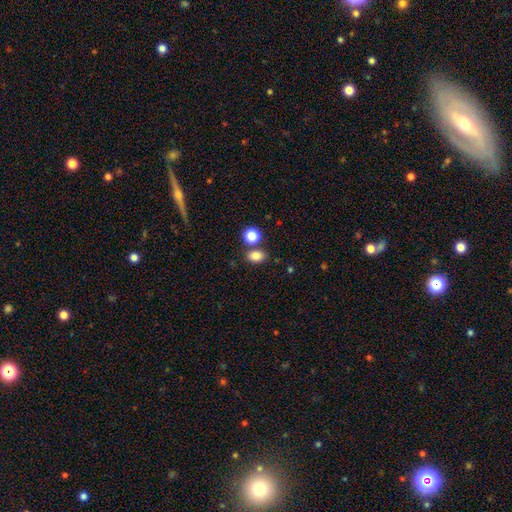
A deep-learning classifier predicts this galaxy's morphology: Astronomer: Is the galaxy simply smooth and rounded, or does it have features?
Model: smooth — 83%.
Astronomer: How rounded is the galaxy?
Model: in between — 68%.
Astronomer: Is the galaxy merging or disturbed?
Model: none — 71%.